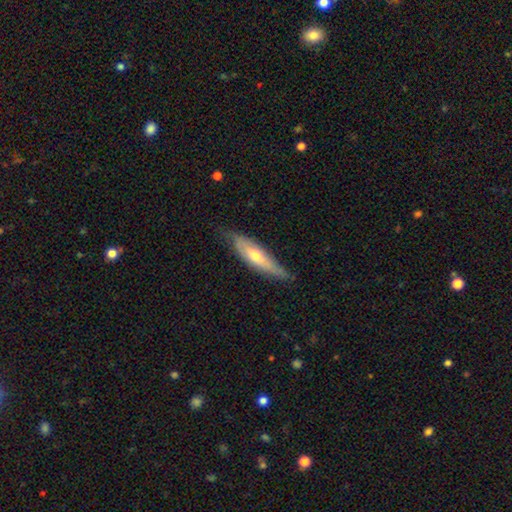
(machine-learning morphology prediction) smooth-or-featured: featured or disk: 49% | smooth: 46% | star or artifact: 6%
  merging: none: 66% | minor disturbance: 27% | major disturbance: 6% | merger: 1%